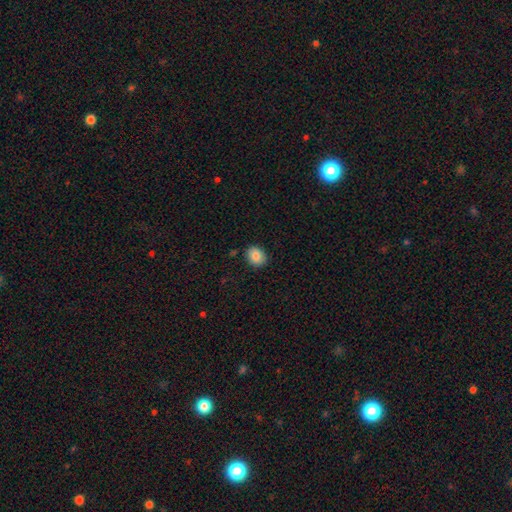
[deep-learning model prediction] The model was most divided on "how rounded": round: 63%, in between: 37%, cigar-shaped: 1%. More confident: merging — none (89%); smooth or featured — smooth (85%).